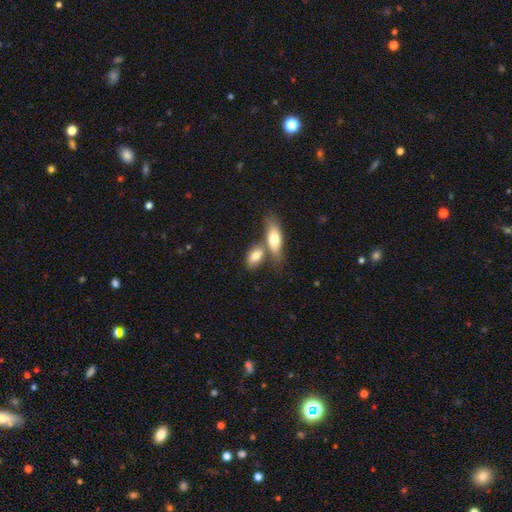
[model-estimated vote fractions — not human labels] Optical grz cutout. It shows a smooth galaxy with no disk features (78%) that is in between round and cigar-shaped (83%). Merging: merger (47%).